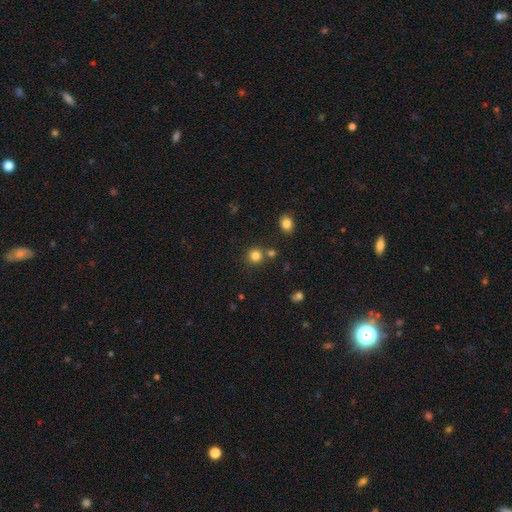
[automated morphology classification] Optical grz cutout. It shows a smooth galaxy with no disk features (81%) that is round (91%). Merging: none (77%).